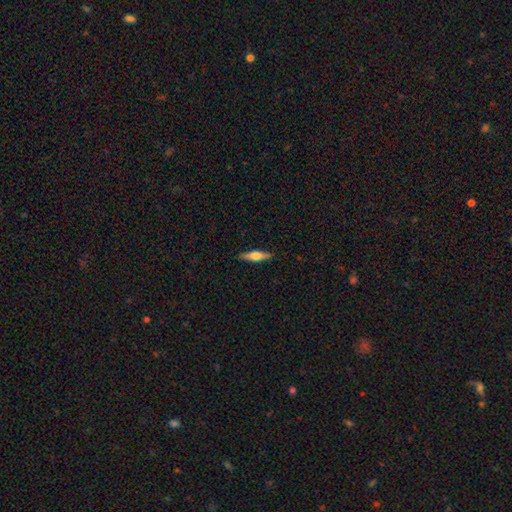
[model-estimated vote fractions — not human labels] This is possibly a featured or disk galaxy (58%). It is clearly viewed edge-on (96%). Edge-on bulge: clearly rounded (91%). Merging: clearly none (90%).